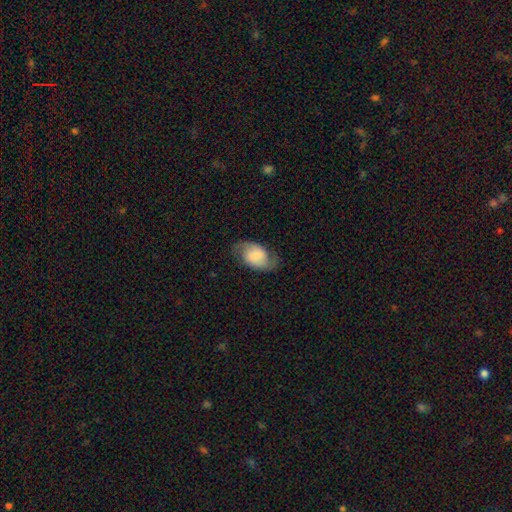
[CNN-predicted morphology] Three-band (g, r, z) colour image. It shows a featured or disk galaxy (55%) with a weak bar (45%), spiral arms (89%) and a small central bulge (35%). Merging: none (73%).